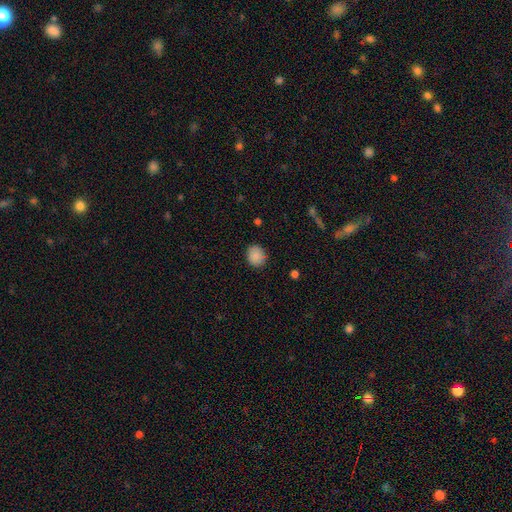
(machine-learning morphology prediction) The model was most divided on "how rounded": round: 76%, in between: 23%, cigar-shaped: 1%. More confident: smooth or featured — smooth (88%); merging — none (87%).